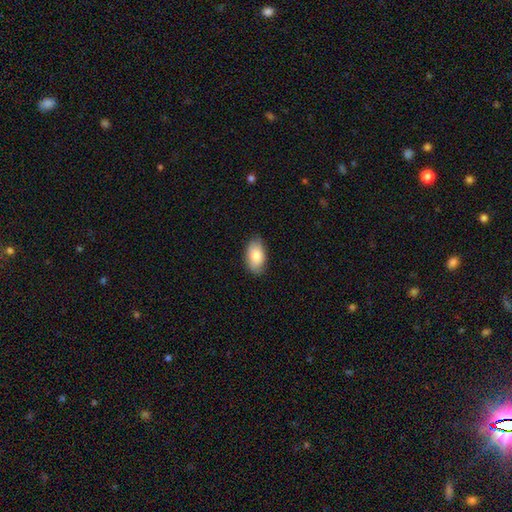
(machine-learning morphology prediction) Q: Smooth or featured?
A: smooth (81%); runner-up: featured or disk (13%)
Q: How rounded?
A: in between (93%); runner-up: round (6%)
Q: Merging?
A: none (83%); runner-up: minor disturbance (13%)